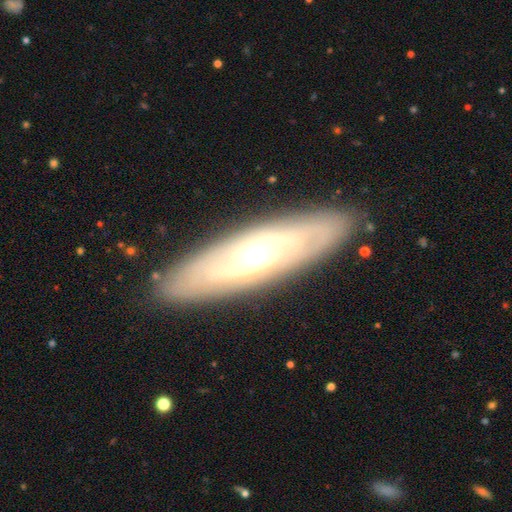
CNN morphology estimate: A featured or disk galaxy (74%) with no bar (55%), spiral arms (75%) and a moderate central bulge (62%).

Vote fractions:
- Smooth or featured? featured or disk: 74% / smooth: 20% / star or artifact: 6%
- Edge-on disk? no: 72% / yes: 28%
- Bar? no: 55% / weak: 34% / strong: 11%
- Spiral arms? yes: 75% / no: 25%
- Bulge size? moderate: 62% / large: 21% / small: 14% / dominant: 2% / none: 1%
- Merging? none: 88% / minor disturbance: 9% / major disturbance: 3% / merger: 1%